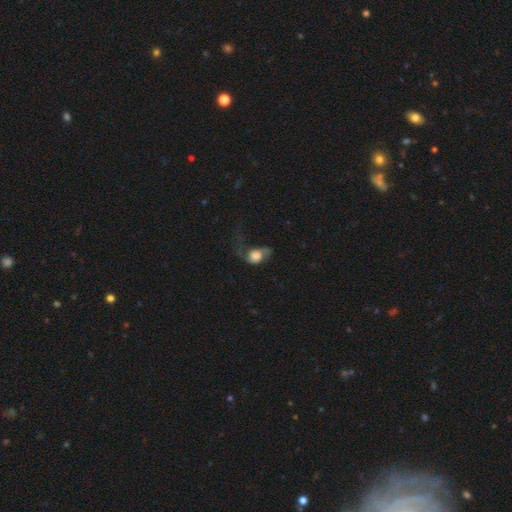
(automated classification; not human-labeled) Smooth or featured? Predicted: smooth (p=0.52). How rounded? Predicted: round (p=0.50). Merging? Predicted: major disturbance (p=0.59).